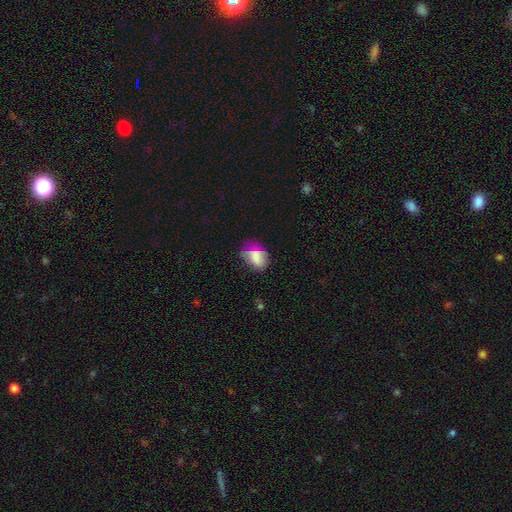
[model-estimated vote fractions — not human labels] Smooth or featured?
  - smooth: 72% *
  - featured or disk: 16%
  - star or artifact: 12%
How rounded?
  - in between: 74% *
  - round: 24%
  - cigar-shaped: 2%
Merging?
  - none: 51% *
  - minor disturbance: 30%
  - major disturbance: 14%
  - merger: 5%